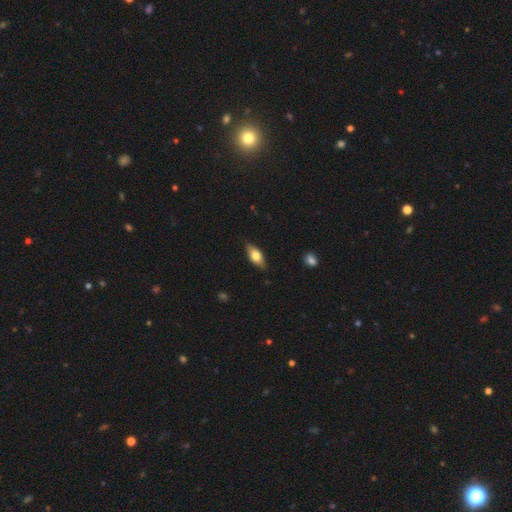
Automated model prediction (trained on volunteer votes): smooth-or-featured: smooth: 63% | featured or disk: 30% | star or artifact: 7%
  how-rounded: in between: 79% | cigar-shaped: 17% | round: 4%
  merging: none: 83% | minor disturbance: 14% | major disturbance: 2% | merger: 1%